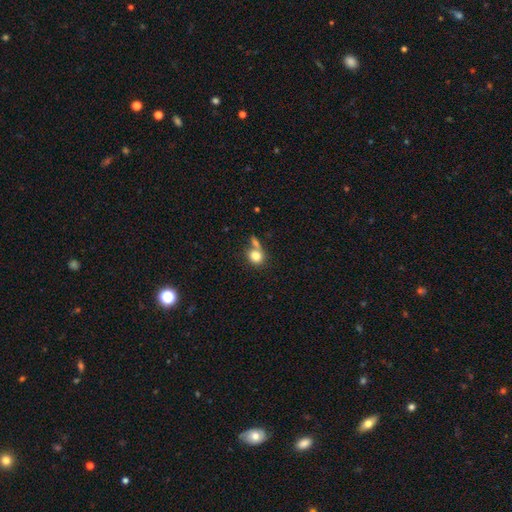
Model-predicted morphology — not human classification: smooth 80%, featured or disk 10%, star or artifact 9%. Down the decision tree: how rounded — round (66%); merging — none (47%).